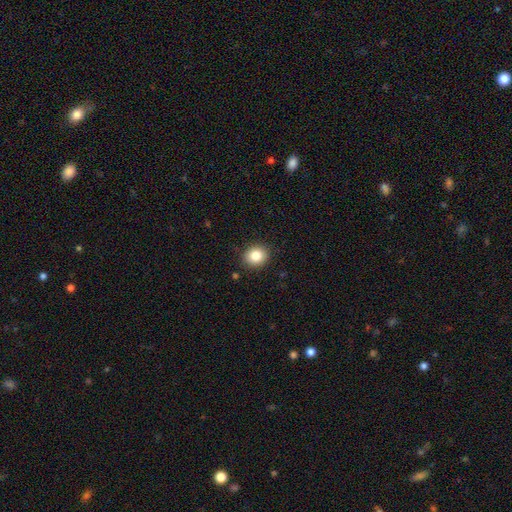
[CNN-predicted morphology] This appears to be a smooth galaxy with no disk features (83%) that is round (72%). Merging: none (89%).